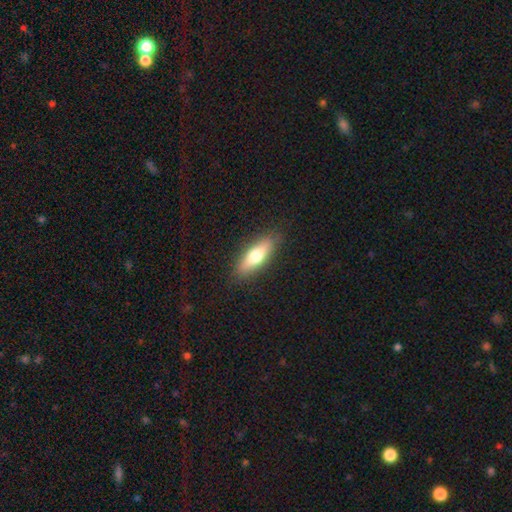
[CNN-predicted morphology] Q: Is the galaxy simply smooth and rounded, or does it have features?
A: smooth — 65%.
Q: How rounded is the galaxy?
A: in between — 50%.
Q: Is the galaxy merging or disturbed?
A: none — 87%.